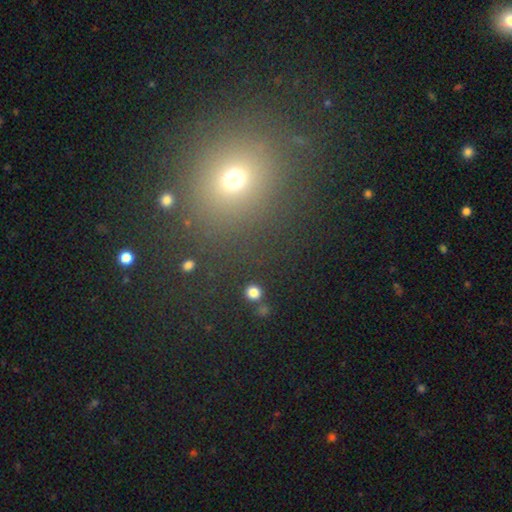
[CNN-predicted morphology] Smooth or featured? Predicted: smooth (p=0.57). How rounded? Predicted: round (p=0.79). Merging? Predicted: none (p=0.87).